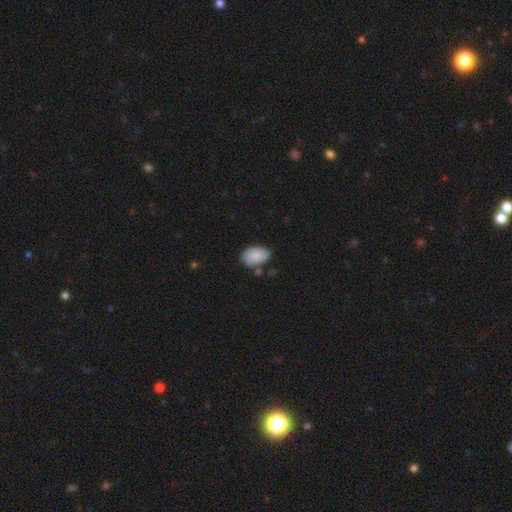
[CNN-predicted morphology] smooth-or-featured: smooth: 86% | featured or disk: 7% | star or artifact: 7%
  how-rounded: in between: 91% | round: 8% | cigar-shaped: 1%
  merging: none: 65% | minor disturbance: 22% | merger: 8% | major disturbance: 5%